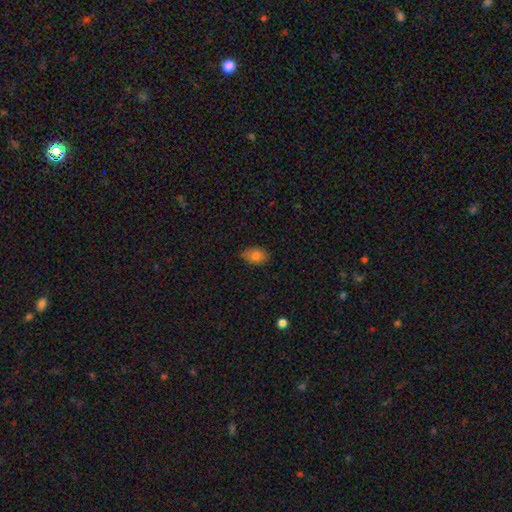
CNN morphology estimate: Overall: smooth (81%). How rounded: in between (82%). Merging: none (81%).